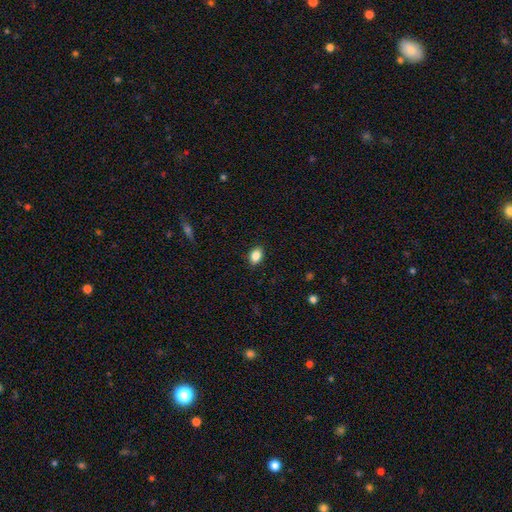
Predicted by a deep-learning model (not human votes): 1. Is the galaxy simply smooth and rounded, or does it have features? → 86% smooth, 9% star or artifact, 5% featured or disk.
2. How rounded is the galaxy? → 80% in between, 19% round, 2% cigar-shaped.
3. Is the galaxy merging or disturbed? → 89% none, 8% minor disturbance, 2% major disturbance, 1% merger.